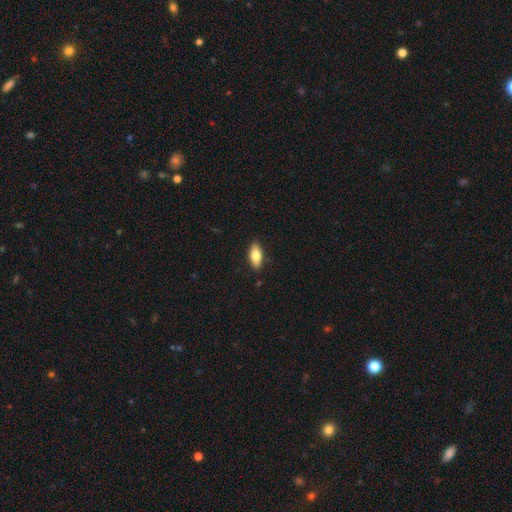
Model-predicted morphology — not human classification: A smooth galaxy with no disk features (74%) that is in between round and cigar-shaped (84%). Merging: none (88%).